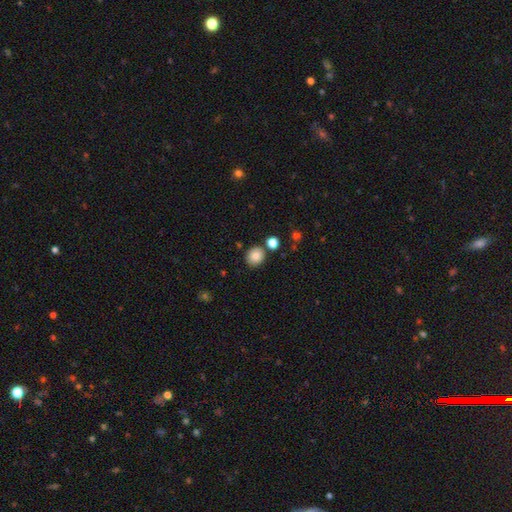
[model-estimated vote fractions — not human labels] Smooth or featured? Predicted: smooth (p=0.84). How rounded? Predicted: round (p=0.79). Merging? Predicted: none (p=0.81).